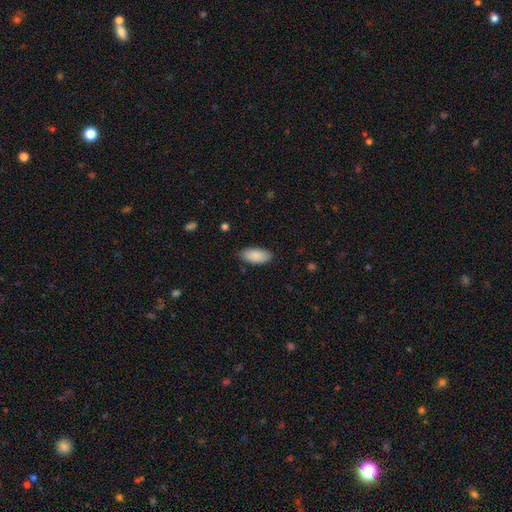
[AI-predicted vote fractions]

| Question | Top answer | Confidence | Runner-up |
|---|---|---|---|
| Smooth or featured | smooth | 89% | star or artifact (6%) |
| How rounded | in between | 93% | cigar-shaped (5%) |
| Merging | none | 85% | minor disturbance (12%) |